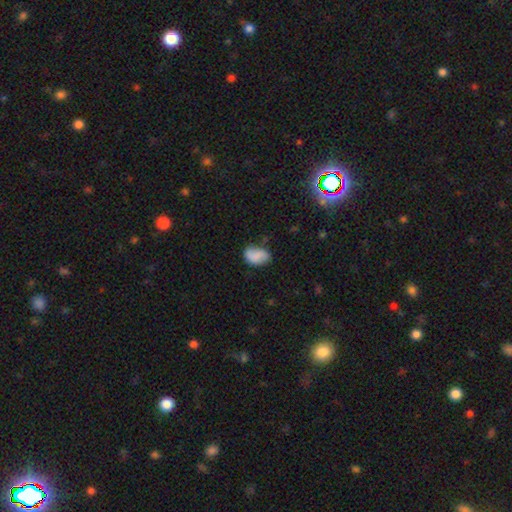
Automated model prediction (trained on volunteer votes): Smooth or featured? smooth (76%)
How rounded? in between (85%)
Merging? none (59%)